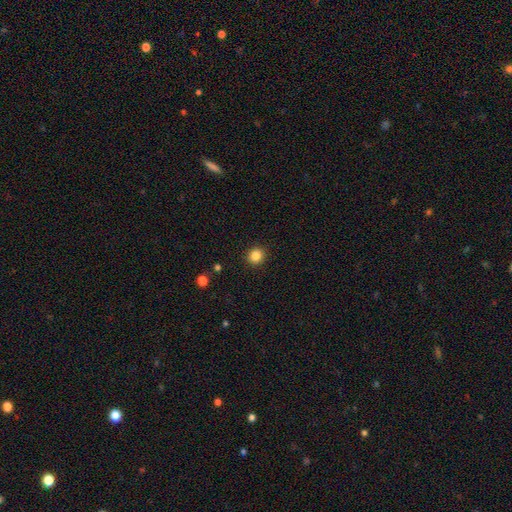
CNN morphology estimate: Smooth or featured? Predicted: smooth (p=0.85). How rounded? Predicted: round (p=0.87). Merging? Predicted: none (p=0.92).